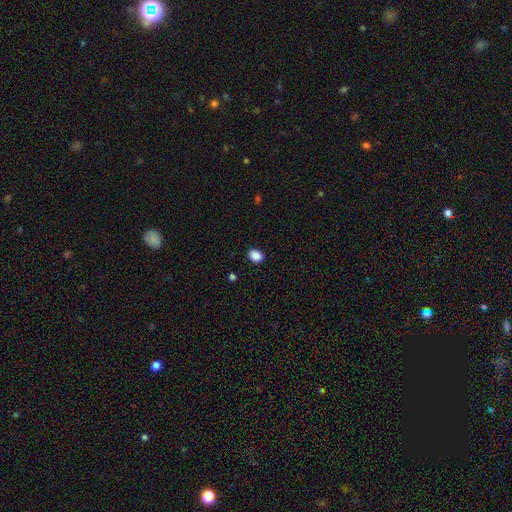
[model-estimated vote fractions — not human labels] Overall: smooth (89%). How rounded: in between (67%; round 32%). Merging: none (89%).